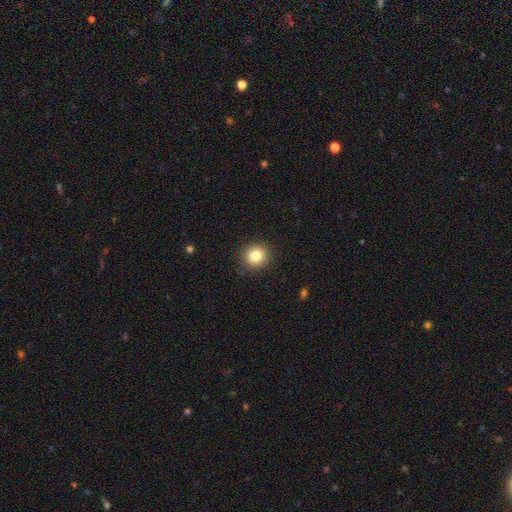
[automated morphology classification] smooth-or-featured: smooth: 82% | star or artifact: 11% | featured or disk: 7%
  how-rounded: round: 90% | in between: 9% | cigar-shaped: 1%
  merging: none: 90% | minor disturbance: 7% | major disturbance: 2% | merger: 1%